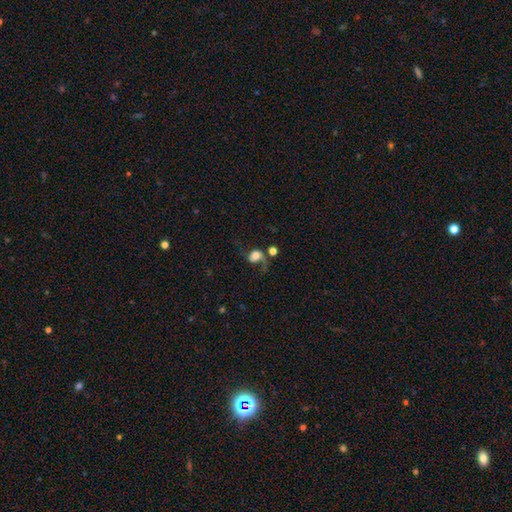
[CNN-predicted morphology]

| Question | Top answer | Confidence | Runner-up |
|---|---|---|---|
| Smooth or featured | featured or disk | 46% | smooth (43%) |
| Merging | none | 38% | major disturbance (33%) |